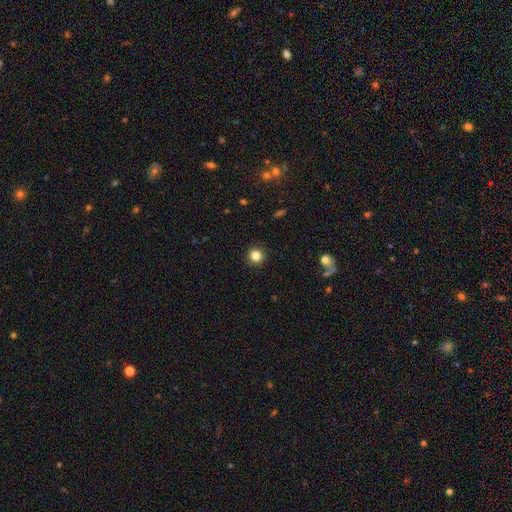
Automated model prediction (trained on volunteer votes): Q: Smooth or featured?
A: smooth (83%); runner-up: star or artifact (12%)
Q: How rounded?
A: round (93%); runner-up: in between (6%)
Q: Merging?
A: none (92%); runner-up: minor disturbance (5%)